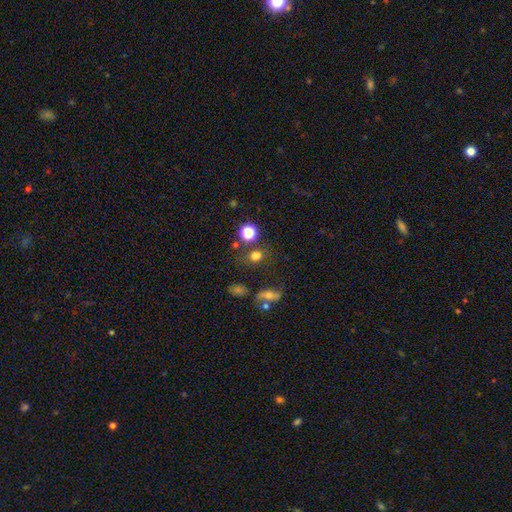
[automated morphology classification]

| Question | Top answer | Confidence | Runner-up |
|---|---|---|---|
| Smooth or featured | smooth | 73% | star or artifact (19%) |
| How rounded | round | 65% | in between (34%) |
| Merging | none | 67% | merger (13%) |